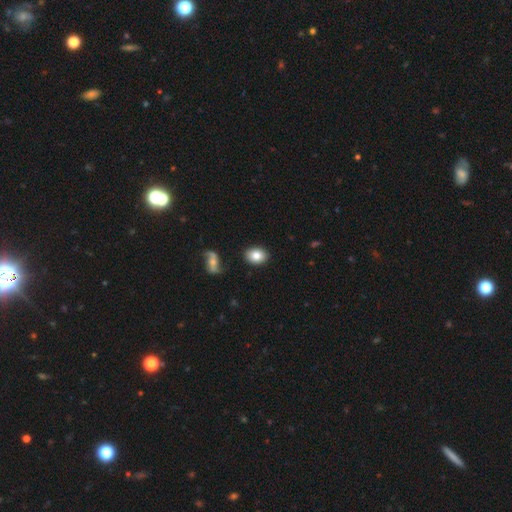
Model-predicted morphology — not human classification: Smooth or featured?
  - smooth: 81% *
  - featured or disk: 11%
  - star or artifact: 8%
How rounded?
  - in between: 64% *
  - round: 35%
  - cigar-shaped: 1%
Merging?
  - none: 86% *
  - minor disturbance: 9%
  - merger: 2%
  - major disturbance: 2%